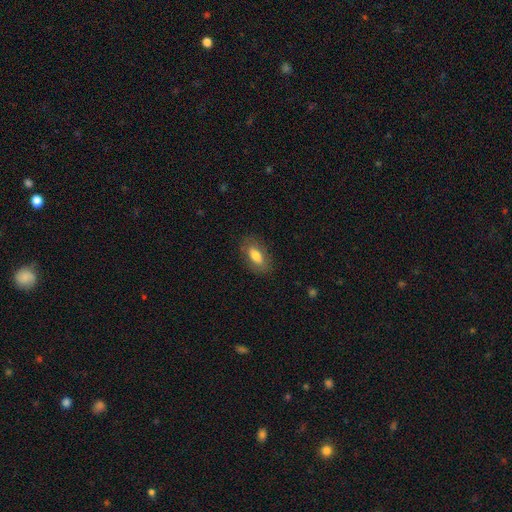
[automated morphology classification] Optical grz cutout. It shows a smooth galaxy with no disk features (75%) that is in between round and cigar-shaped (88%). Merging: none (83%).